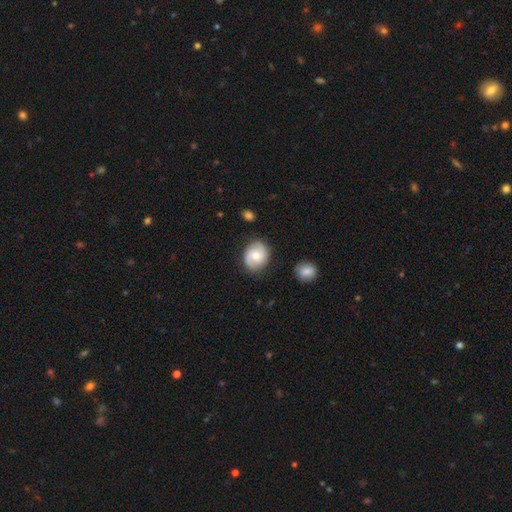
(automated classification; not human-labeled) A smooth galaxy with no disk features (51%) that is round (63%).

Vote fractions:
- Smooth or featured? smooth: 51% / featured or disk: 42% / star or artifact: 7%
- How rounded? round: 63% / in between: 36% / cigar-shaped: 1%
- Merging? none: 80% / minor disturbance: 15% / major disturbance: 3% / merger: 2%